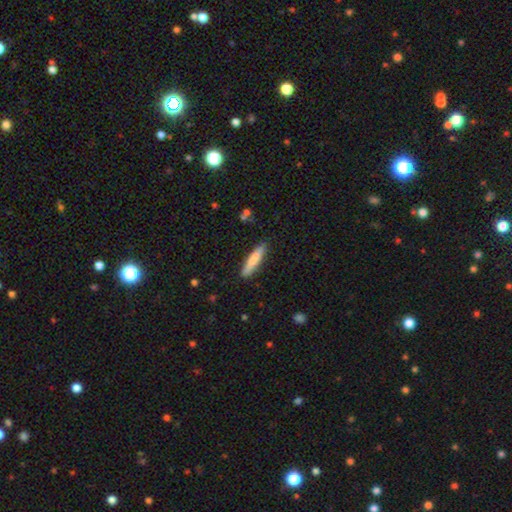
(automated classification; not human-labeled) Q: Smooth or featured?
A: smooth (75%); runner-up: featured or disk (18%)
Q: How rounded?
A: cigar-shaped (89%); runner-up: in between (9%)
Q: Merging?
A: none (87%); runner-up: minor disturbance (10%)